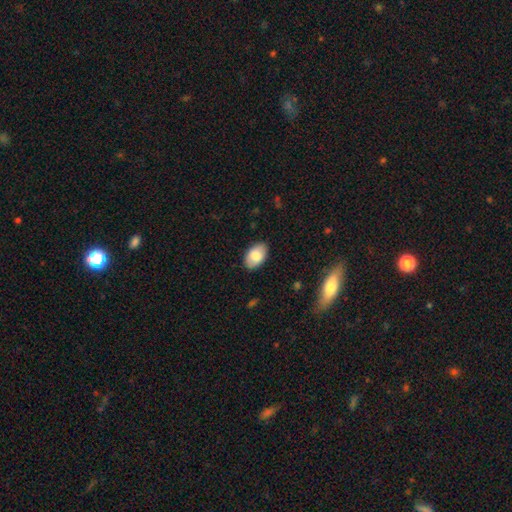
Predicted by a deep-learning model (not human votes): Morphology: type=smooth (80%); roundness=in between (91%); merging=none (86%).